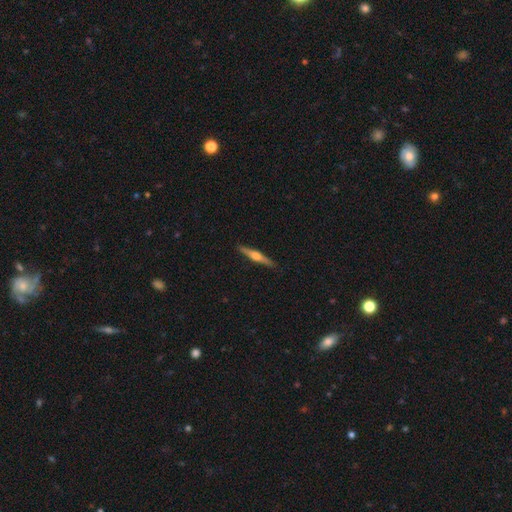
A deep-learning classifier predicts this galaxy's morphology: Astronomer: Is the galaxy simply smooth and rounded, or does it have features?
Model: featured or disk — 67%.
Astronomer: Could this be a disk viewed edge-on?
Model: yes — 98%.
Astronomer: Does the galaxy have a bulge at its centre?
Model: rounded — 88%.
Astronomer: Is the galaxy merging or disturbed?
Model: none — 91%.